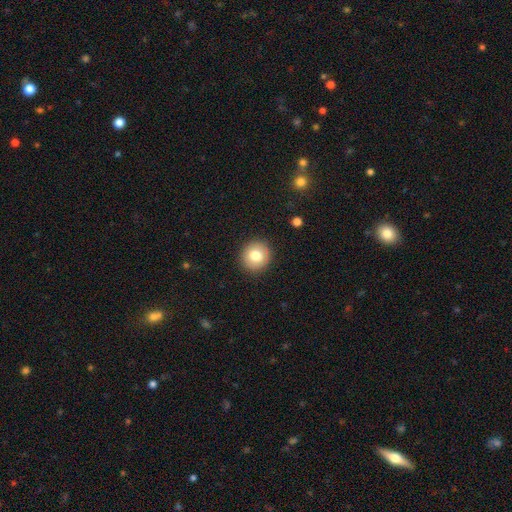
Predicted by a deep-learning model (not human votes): A smooth galaxy with no disk features (78%) that is round (90%). Merging: none (91%).